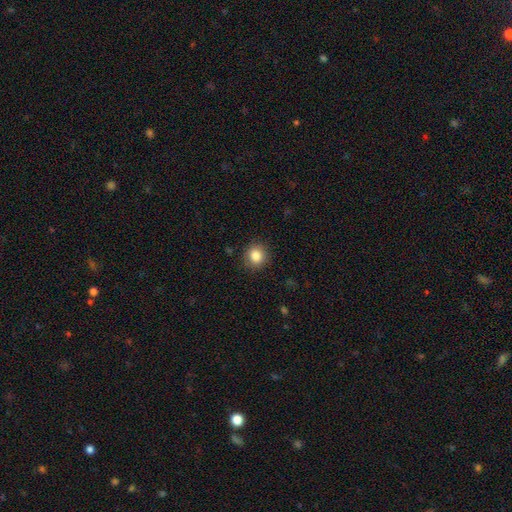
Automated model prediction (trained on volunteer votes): Smooth or featured?
  - smooth: 85% *
  - star or artifact: 10%
  - featured or disk: 5%
How rounded?
  - round: 87% *
  - in between: 12%
  - cigar-shaped: 1%
Merging?
  - none: 89% *
  - minor disturbance: 8%
  - major disturbance: 2%
  - merger: 1%